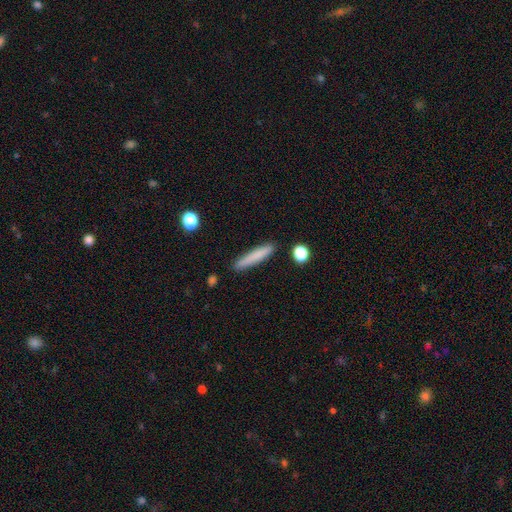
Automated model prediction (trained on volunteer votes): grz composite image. It shows a smooth galaxy with no disk features (78%) that is cigar-shaped (93%). Merging: none (87%).